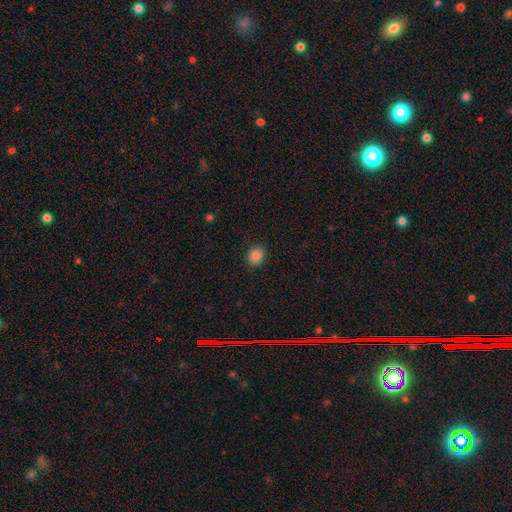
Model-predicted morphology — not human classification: This is clearly a smooth galaxy (85%). How rounded: likely round (70%). Merging: clearly none (89%).